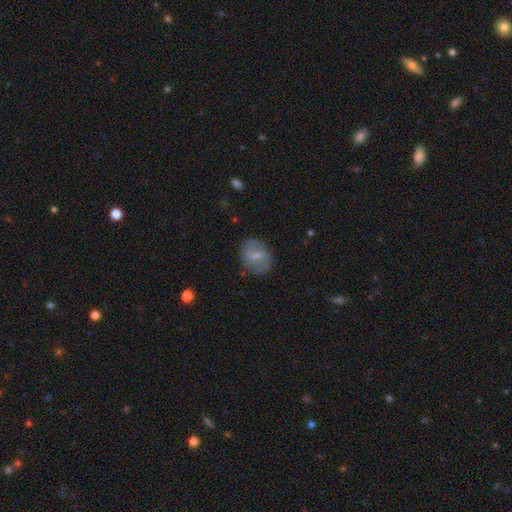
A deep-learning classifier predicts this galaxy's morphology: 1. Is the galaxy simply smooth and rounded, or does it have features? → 55% smooth, 37% featured or disk, 8% star or artifact.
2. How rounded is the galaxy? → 58% in between, 40% round, 2% cigar-shaped.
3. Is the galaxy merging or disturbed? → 74% none, 18% minor disturbance, 7% major disturbance, 2% merger.